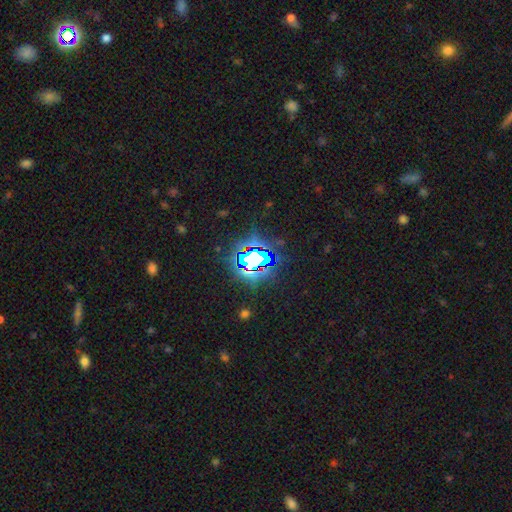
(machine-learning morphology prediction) smooth_or_featured: star or artifact (p=0.80) [alt: smooth p=0.12]